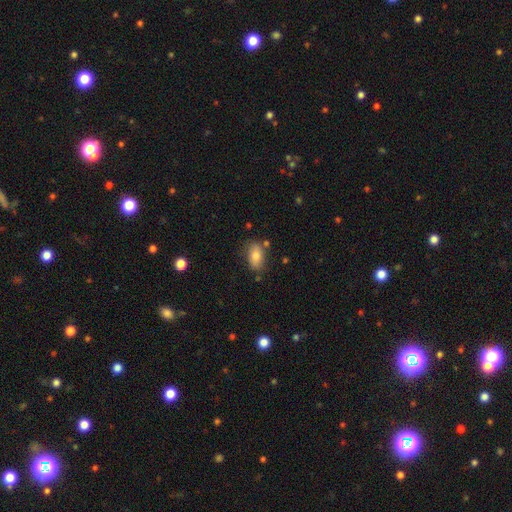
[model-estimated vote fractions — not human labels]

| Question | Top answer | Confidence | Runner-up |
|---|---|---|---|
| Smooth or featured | smooth | 80% | featured or disk (12%) |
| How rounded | in between | 90% | round (8%) |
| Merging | none | 74% | minor disturbance (17%) |